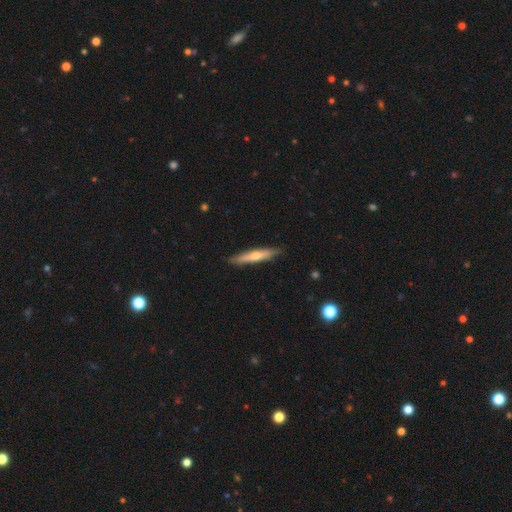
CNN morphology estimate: Q: Smooth or featured?
A: smooth (52%); runner-up: featured or disk (43%)
Q: How rounded?
A: cigar-shaped (91%); runner-up: in between (7%)
Q: Merging?
A: none (87%); runner-up: minor disturbance (10%)